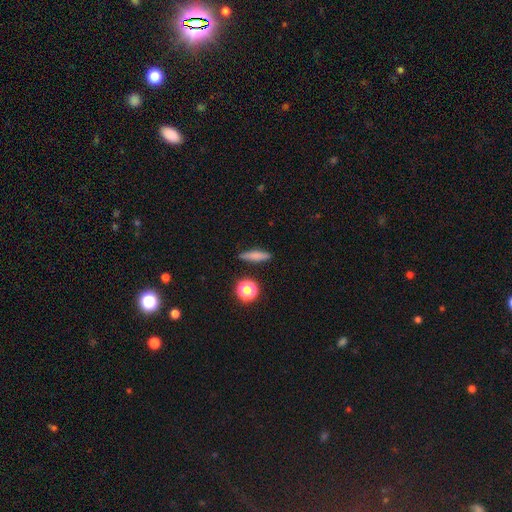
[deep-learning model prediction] A smooth galaxy with no disk features (72%) that is cigar-shaped (75%). Merging: none (86%).